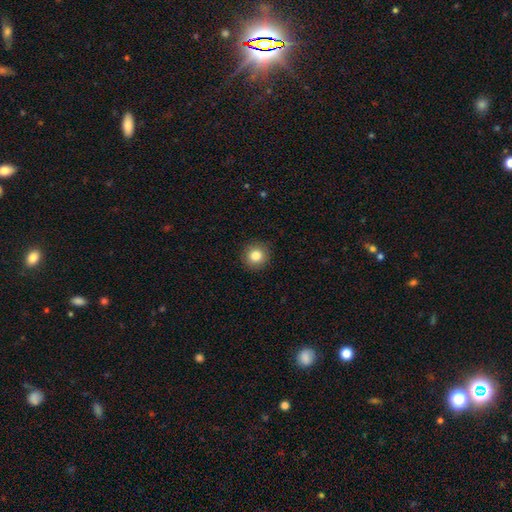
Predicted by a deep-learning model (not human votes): This appears to be a smooth galaxy with no disk features (83%) that is round (93%). Merging: none (91%).